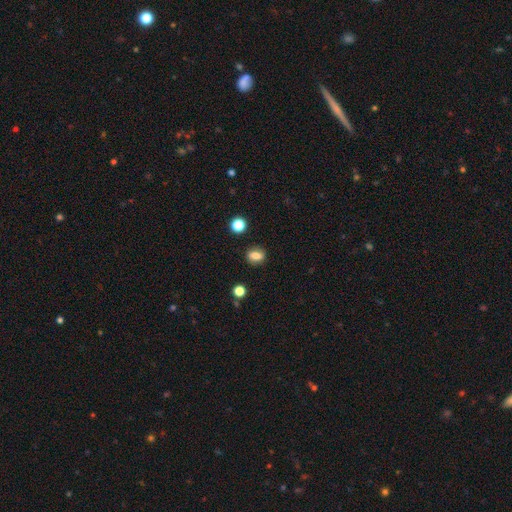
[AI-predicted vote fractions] A smooth galaxy with no disk features (76%) that is in between round and cigar-shaped (58%).

Vote fractions:
- Smooth or featured? smooth: 76% / featured or disk: 13% / star or artifact: 11%
- How rounded? in between: 58% / round: 38% / cigar-shaped: 4%
- Merging? none: 83% / minor disturbance: 10% / major disturbance: 3% / merger: 3%